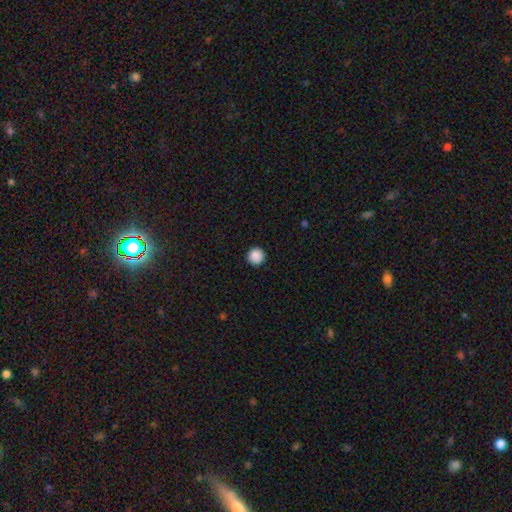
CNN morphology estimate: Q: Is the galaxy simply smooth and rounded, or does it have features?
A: smooth — 89%.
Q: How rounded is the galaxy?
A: round — 96%.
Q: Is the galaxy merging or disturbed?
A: none — 93%.